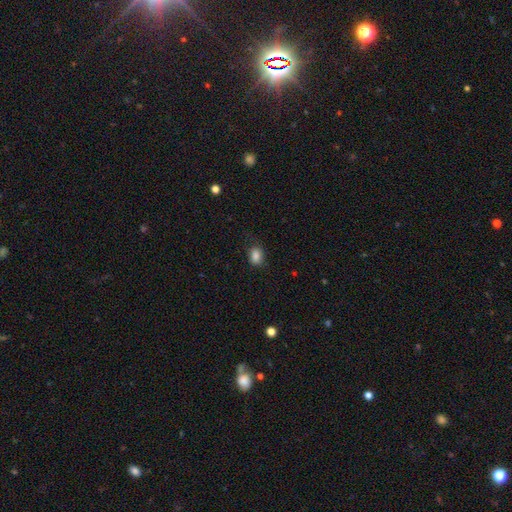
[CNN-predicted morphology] smooth-or-featured: smooth: 86% | star or artifact: 9% | featured or disk: 5%
  how-rounded: in between: 70% | round: 29% | cigar-shaped: 1%
  merging: none: 77% | minor disturbance: 17% | major disturbance: 5% | merger: 1%